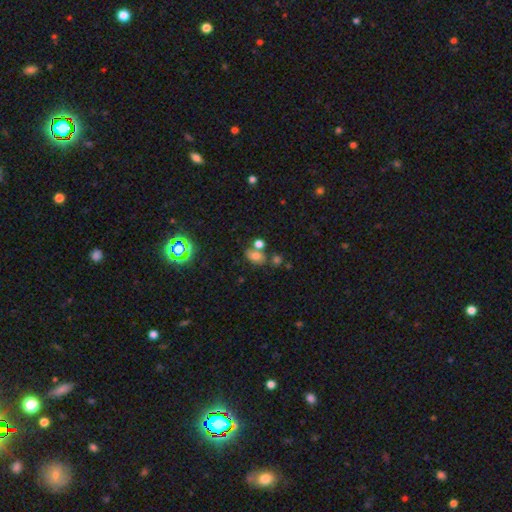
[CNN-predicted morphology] type=smooth (66%); roundness=in between (70%); merging=none (49%).